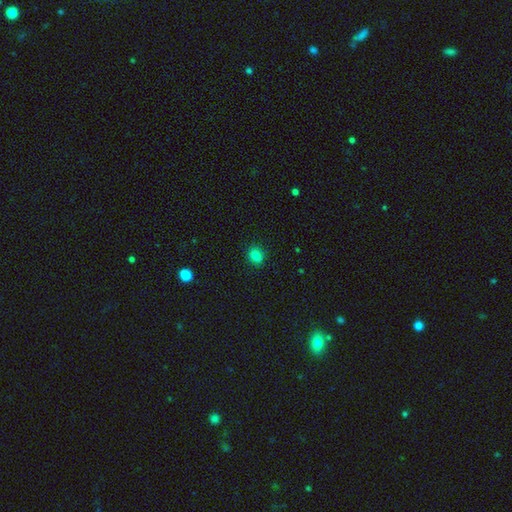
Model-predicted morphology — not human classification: Q: Smooth or featured?
A: smooth (84%); runner-up: star or artifact (12%)
Q: How rounded?
A: round (60%); runner-up: in between (39%)
Q: Merging?
A: none (89%); runner-up: minor disturbance (8%)